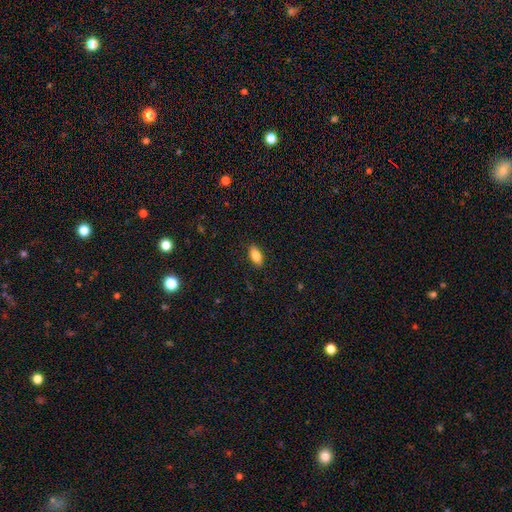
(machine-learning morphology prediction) smooth 83%, featured or disk 9%, star or artifact 8%. Down the decision tree: how rounded — in between (88%); merging — none (88%).